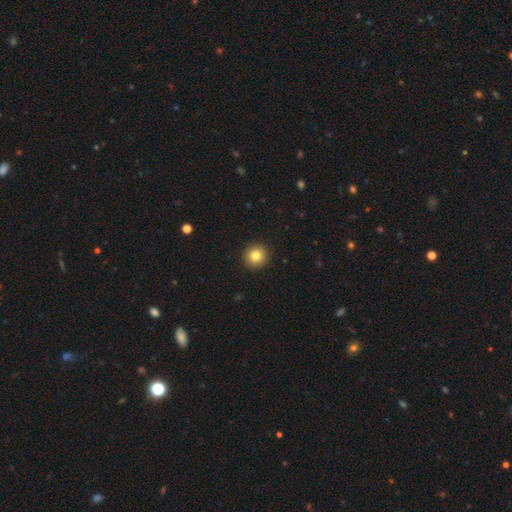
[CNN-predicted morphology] The model was most divided on "smooth or featured": smooth: 83%, star or artifact: 10%, featured or disk: 7%. More confident: how rounded — round (94%); merging — none (93%).